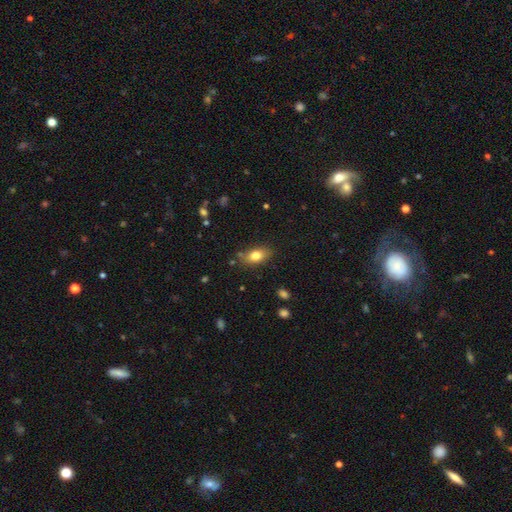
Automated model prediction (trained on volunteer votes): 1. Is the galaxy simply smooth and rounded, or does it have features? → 79% smooth, 12% featured or disk, 9% star or artifact.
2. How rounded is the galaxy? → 85% in between, 10% round, 6% cigar-shaped.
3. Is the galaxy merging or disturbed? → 79% none, 14% minor disturbance, 3% merger, 3% major disturbance.